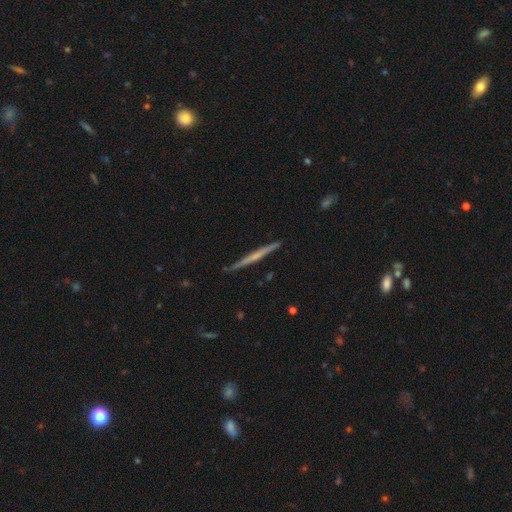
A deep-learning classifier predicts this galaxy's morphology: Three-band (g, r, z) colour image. It shows a featured or disk galaxy (65%) viewed edge-on (98%) with no central bulge (57%). Merging: none (88%).